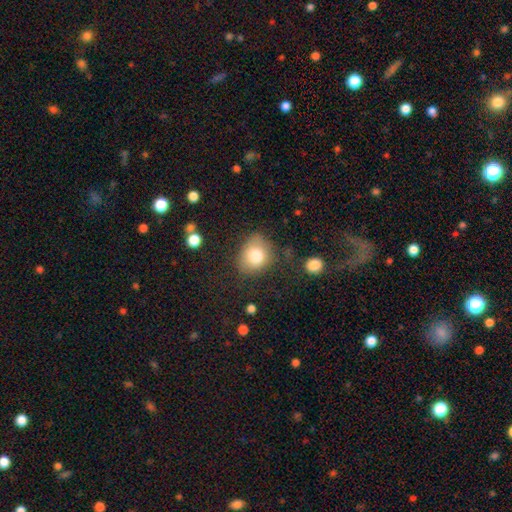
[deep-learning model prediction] smooth_or_featured: smooth (p=0.80) [alt: featured or disk p=0.12]
how_rounded: round (p=0.53) [alt: in between p=0.46]
merging: none (p=0.64) [alt: minor disturbance p=0.23]